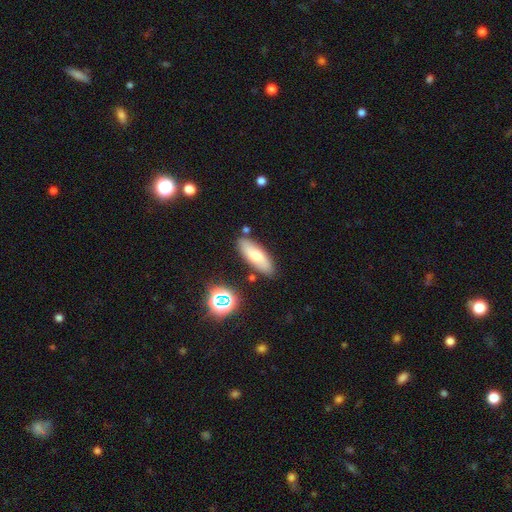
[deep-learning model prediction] Smooth or featured? smooth (67%)
How rounded? in between (64%)
Merging? none (81%)